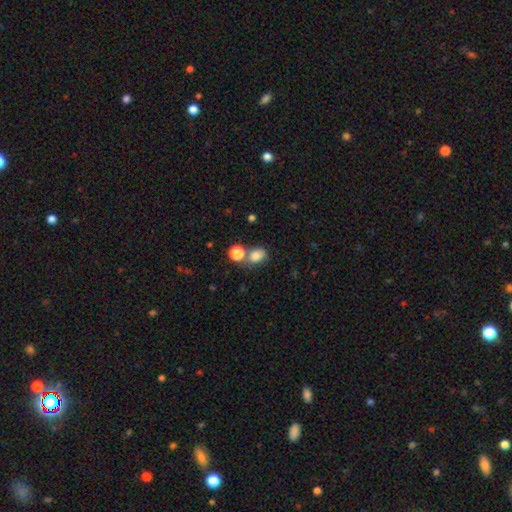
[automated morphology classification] Smooth or featured? smooth (80%)
How rounded? in between (59%)
Merging? none (51%)